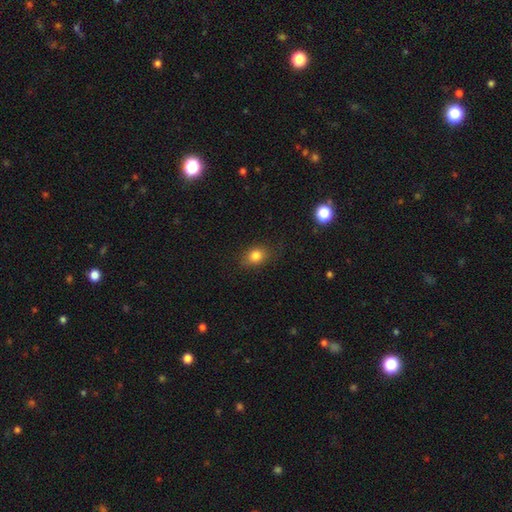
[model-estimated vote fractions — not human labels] Overall: smooth (82%). How rounded: in between (60%; round 39%). Merging: none (79%).